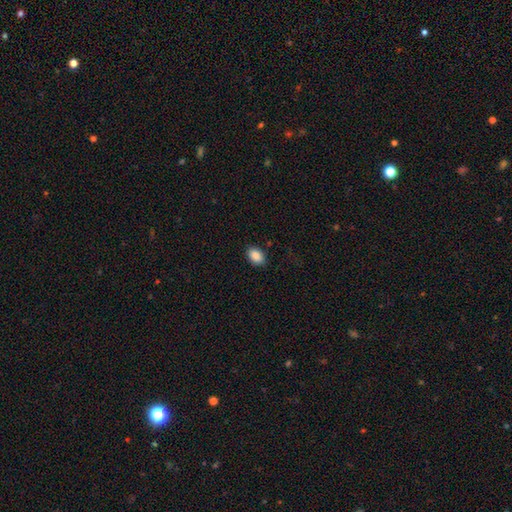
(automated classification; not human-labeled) Smooth or featured?
  - smooth: 89% *
  - star or artifact: 8%
  - featured or disk: 4%
How rounded?
  - in between: 87% *
  - round: 12%
  - cigar-shaped: 1%
Merging?
  - none: 88% *
  - minor disturbance: 9%
  - major disturbance: 2%
  - merger: 1%